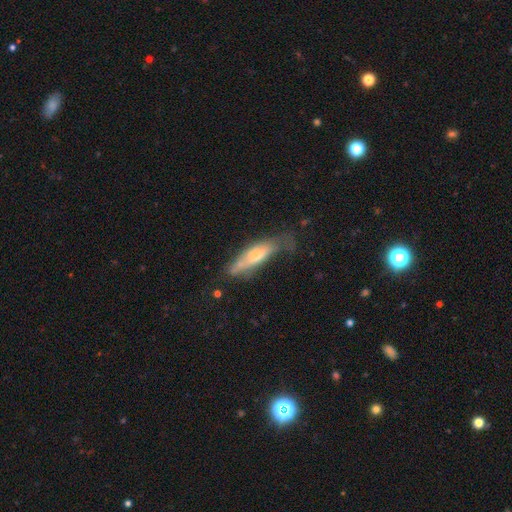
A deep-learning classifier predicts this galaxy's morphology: The model was most divided on "merging": none: 43%, minor disturbance: 33%, major disturbance: 18%, merger: 6%. More confident: how rounded — cigar-shaped (61%); smooth or featured — smooth (53%).